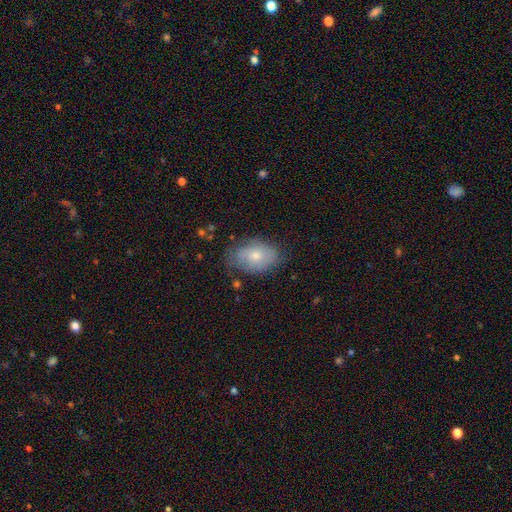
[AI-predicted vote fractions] Morphology: type=smooth (62%); roundness=in between (86%); merging=none (65%).